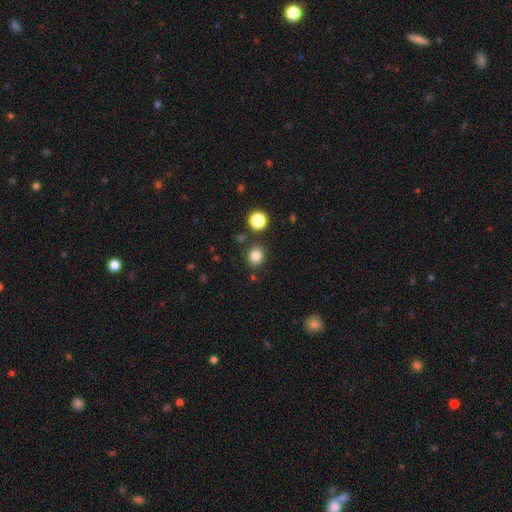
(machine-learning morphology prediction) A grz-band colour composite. It shows a smooth galaxy with no disk features (82%) that is round (73%). Merging: none (83%).